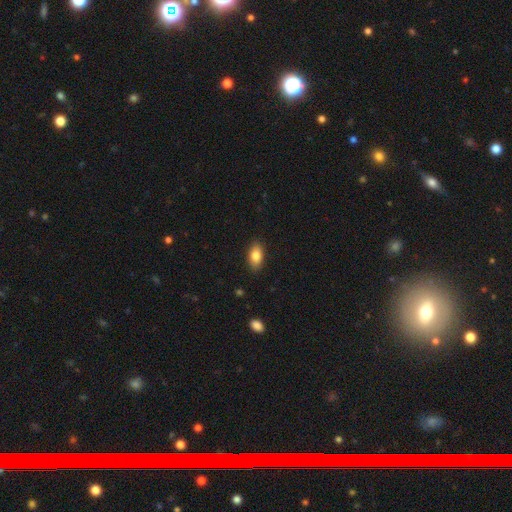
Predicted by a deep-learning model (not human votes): Overall: smooth (83%). How rounded: in between (90%). Merging: none (88%).